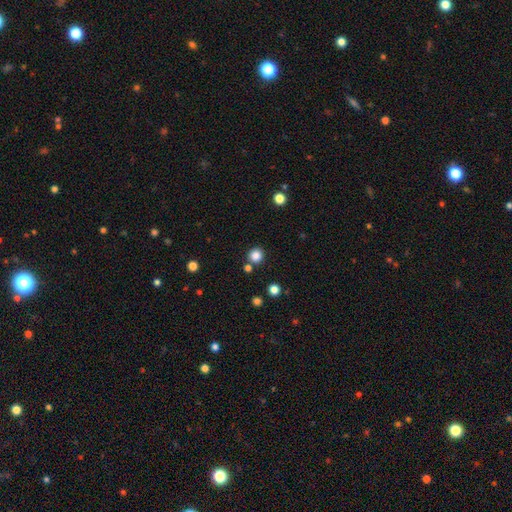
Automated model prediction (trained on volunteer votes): This is clearly a smooth galaxy (84%). How rounded: clearly round (94%). Merging: clearly none (84%).